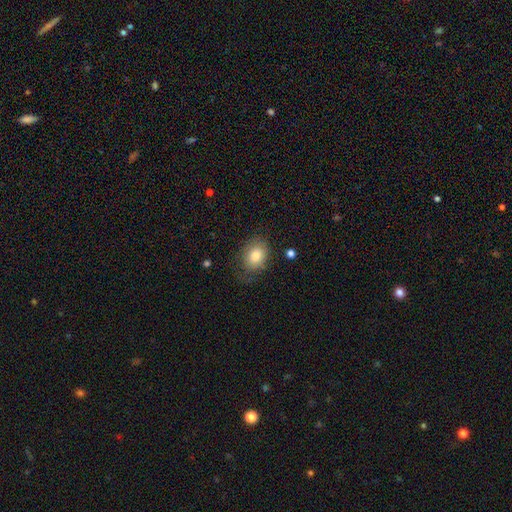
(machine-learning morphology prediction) This appears to be a smooth galaxy with no disk features (81%) that is in between round and cigar-shaped (67%). Merging: none (65%).